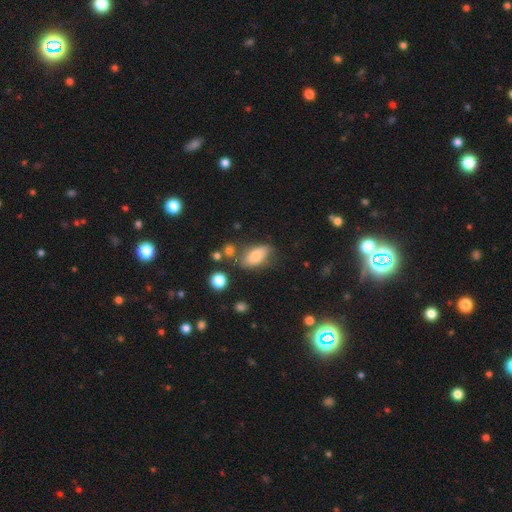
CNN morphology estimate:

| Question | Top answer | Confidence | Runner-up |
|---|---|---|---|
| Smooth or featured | smooth | 73% | featured or disk (19%) |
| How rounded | in between | 88% | cigar-shaped (7%) |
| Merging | none | 60% | minor disturbance (24%) |